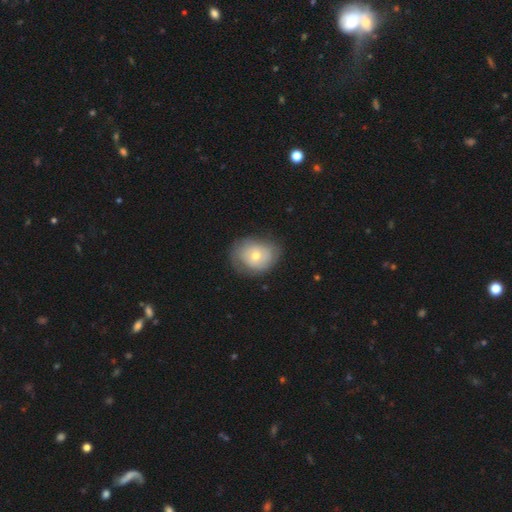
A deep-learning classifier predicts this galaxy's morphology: smooth_or_featured: smooth (p=0.60) [alt: featured or disk p=0.32]
how_rounded: round (p=0.53) [alt: in between p=0.46]
merging: none (p=0.66) [alt: minor disturbance p=0.24]